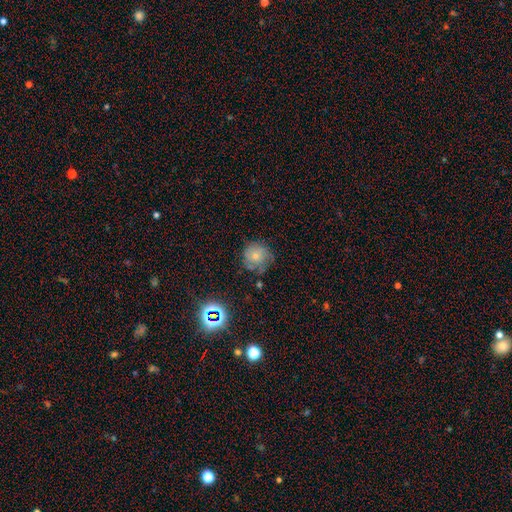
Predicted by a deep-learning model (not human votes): smooth_or_featured: smooth (p=0.65) [alt: featured or disk p=0.21]
how_rounded: round (p=0.90) [alt: in between p=0.09]
merging: none (p=0.64) [alt: minor disturbance p=0.24]